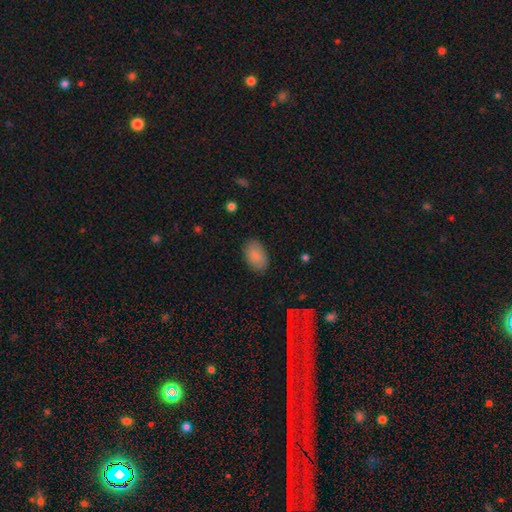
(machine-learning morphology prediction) Q: Smooth or featured?
A: smooth (88%); runner-up: star or artifact (7%)
Q: How rounded?
A: in between (92%); runner-up: round (7%)
Q: Merging?
A: none (86%); runner-up: minor disturbance (11%)